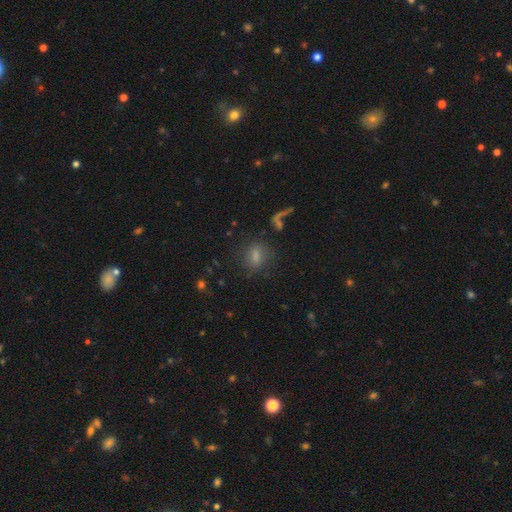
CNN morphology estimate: smooth 75%, star or artifact 14%, featured or disk 12%. Down the decision tree: how rounded — in between (59%); merging — none (74%).